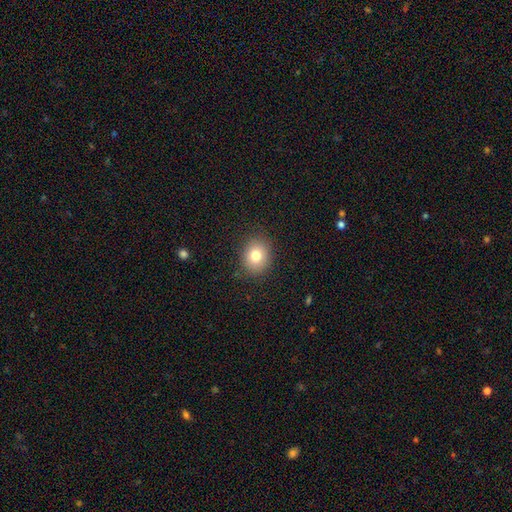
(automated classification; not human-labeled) Smooth or featured? Predicted: smooth (p=0.78). How rounded? Predicted: round (p=0.67). Merging? Predicted: none (p=0.87).